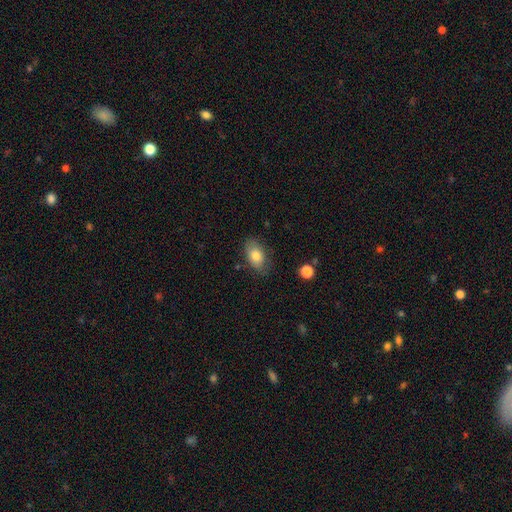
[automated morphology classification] This is likely a smooth galaxy (80%). How rounded: clearly in between (89%). Merging: likely none (77%).